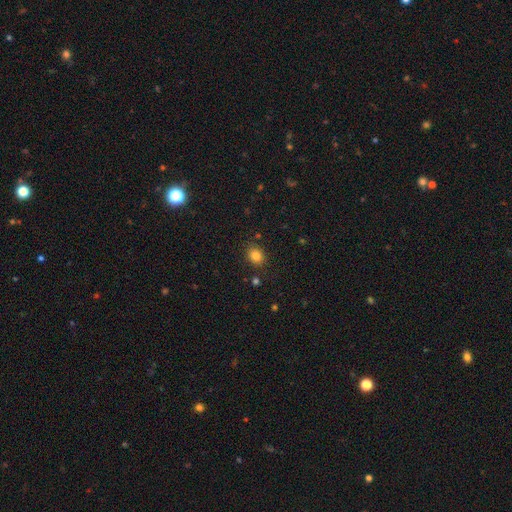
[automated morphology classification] Q: Smooth or featured?
A: smooth (82%); runner-up: star or artifact (12%)
Q: How rounded?
A: round (58%); runner-up: in between (41%)
Q: Merging?
A: none (85%); runner-up: minor disturbance (10%)